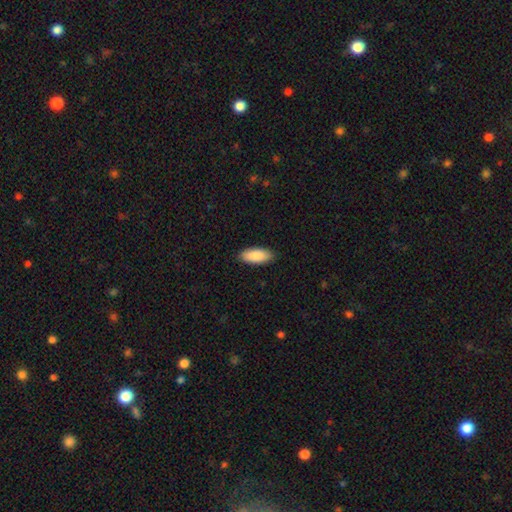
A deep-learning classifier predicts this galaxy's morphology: Smooth or featured? smooth (89%)
How rounded? in between (85%)
Merging? none (89%)